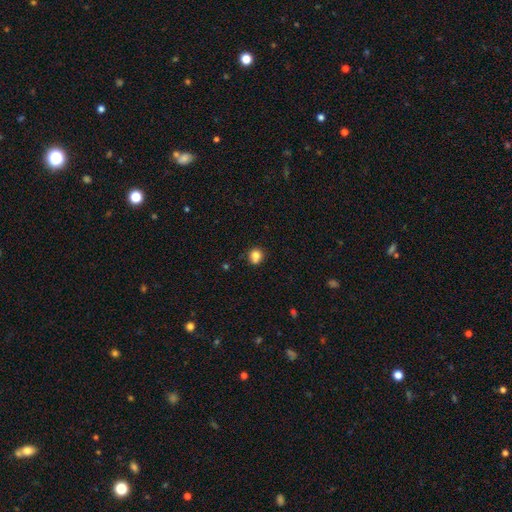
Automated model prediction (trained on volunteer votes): This appears to be a smooth galaxy with no disk features (81%) that is round (84%). Merging: none (69%).